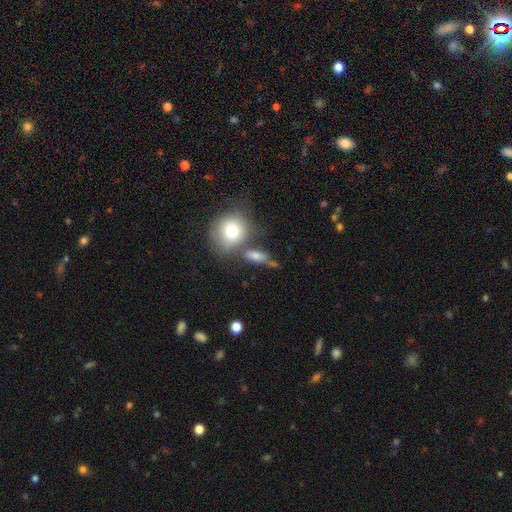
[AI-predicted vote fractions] Q: Smooth or featured?
A: smooth (72%); runner-up: featured or disk (18%)
Q: How rounded?
A: in between (61%); runner-up: round (23%)
Q: Merging?
A: none (47%); runner-up: merger (25%)